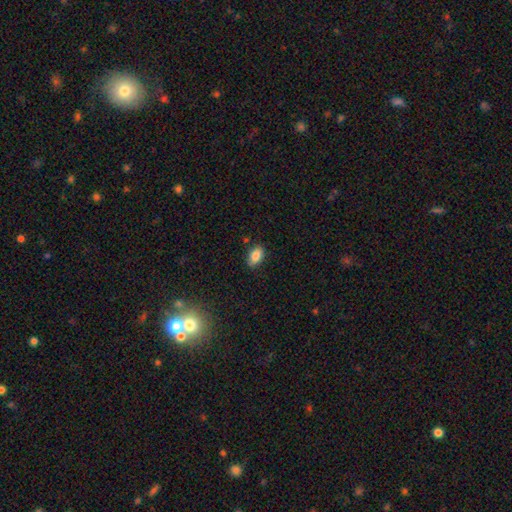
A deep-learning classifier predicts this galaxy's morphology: This appears to be a smooth galaxy with no disk features (85%) that is in between round and cigar-shaped (90%). Merging: none (82%).